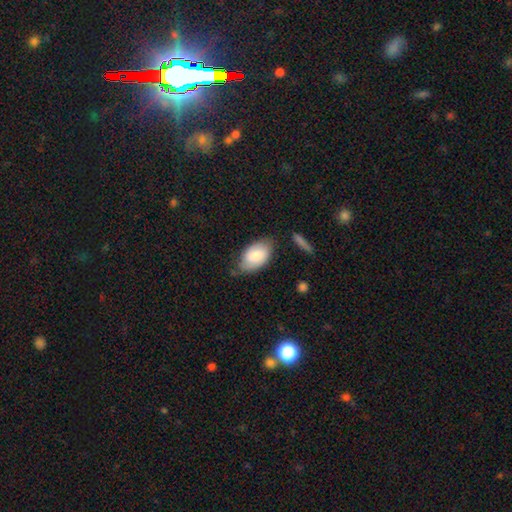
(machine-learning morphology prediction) Smooth or featured? Predicted: smooth (p=0.72). How rounded? Predicted: in between (p=0.93). Merging? Predicted: none (p=0.65).